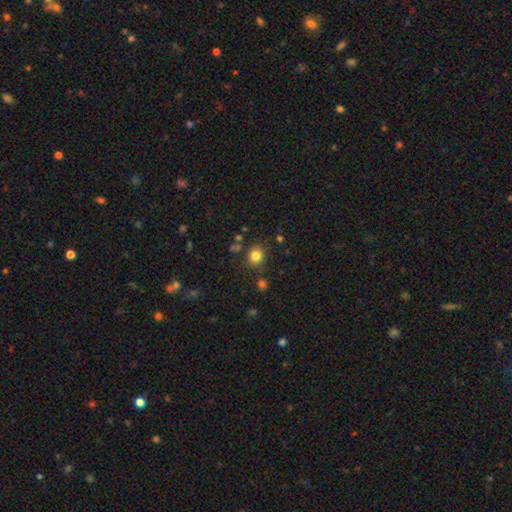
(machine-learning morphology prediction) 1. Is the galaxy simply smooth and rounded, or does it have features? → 81% smooth, 13% star or artifact, 6% featured or disk.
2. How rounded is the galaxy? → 82% round, 17% in between, 1% cigar-shaped.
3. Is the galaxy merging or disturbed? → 81% none, 11% minor disturbance, 5% merger, 3% major disturbance.